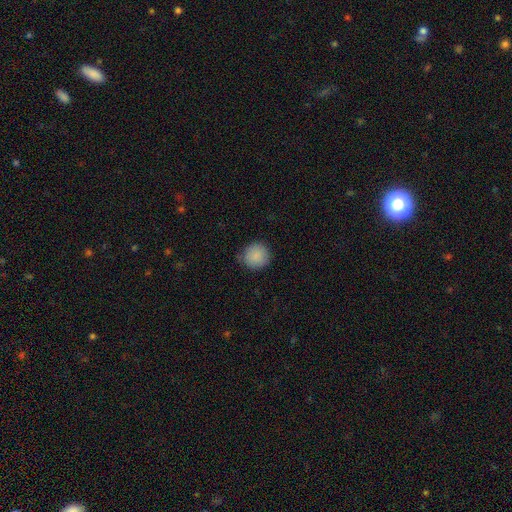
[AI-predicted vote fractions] smooth_or_featured: smooth (p=0.88) [alt: star or artifact p=0.08]
how_rounded: round (p=0.92) [alt: in between p=0.08]
merging: none (p=0.80) [alt: minor disturbance p=0.15]